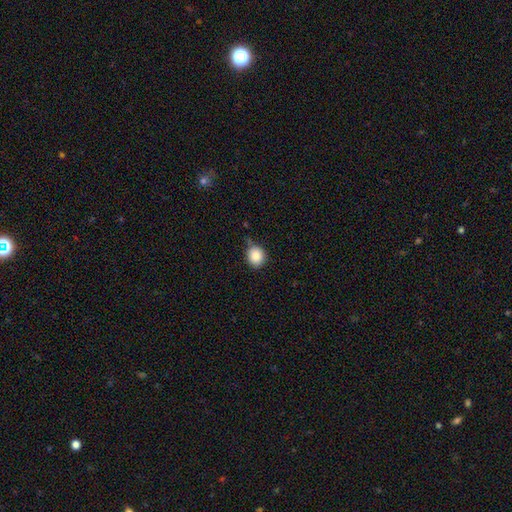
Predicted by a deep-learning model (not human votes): A smooth galaxy with no disk features (87%) that is round (79%). Merging: none (69%).